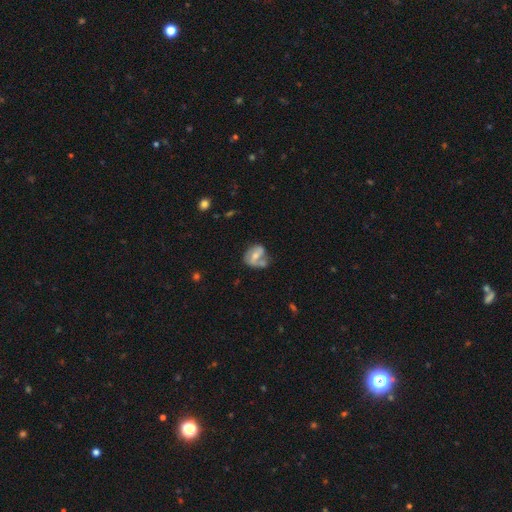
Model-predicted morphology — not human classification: Q: Smooth or featured?
A: featured or disk (56%); runner-up: smooth (36%)
Q: Edge-on disk?
A: no (96%); runner-up: yes (4%)
Q: Bar?
A: weak (41%); runner-up: no (33%)
Q: Spiral arms?
A: yes (61%); runner-up: no (39%)
Q: Bulge size?
A: moderate (56%); runner-up: small (36%)
Q: Merging?
A: none (40%); runner-up: minor disturbance (23%)